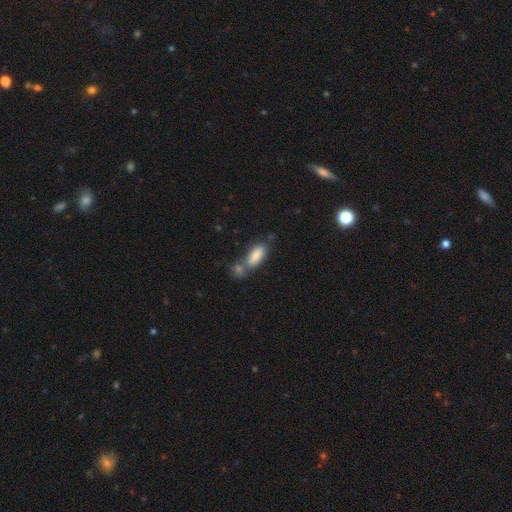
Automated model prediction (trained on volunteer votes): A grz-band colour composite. It shows a smooth galaxy with no disk features (84%) that is in between round and cigar-shaped (76%). Merging: none (46%).